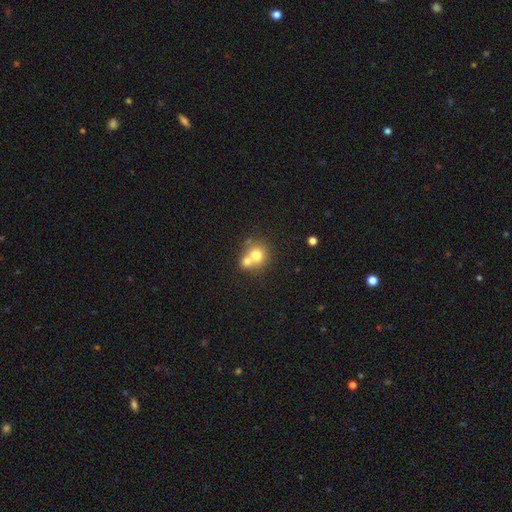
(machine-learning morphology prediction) smooth_or_featured: smooth (p=0.71) [alt: featured or disk p=0.18]
how_rounded: round (p=0.80) [alt: in between p=0.19]
merging: merger (p=0.58) [alt: none p=0.33]